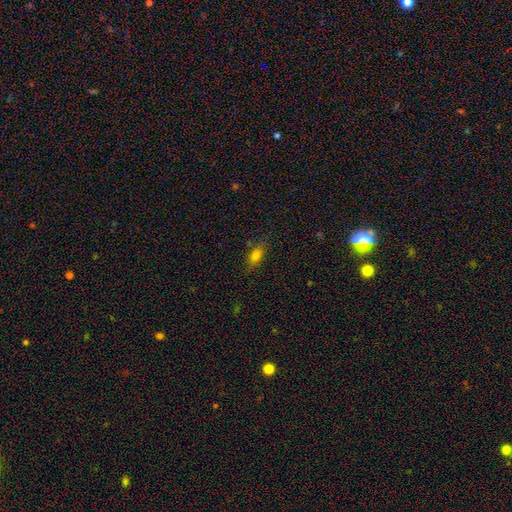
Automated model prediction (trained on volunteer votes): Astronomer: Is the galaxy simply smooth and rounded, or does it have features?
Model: smooth — 76%.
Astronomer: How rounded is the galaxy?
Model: in between — 81%.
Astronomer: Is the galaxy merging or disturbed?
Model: none — 75%.